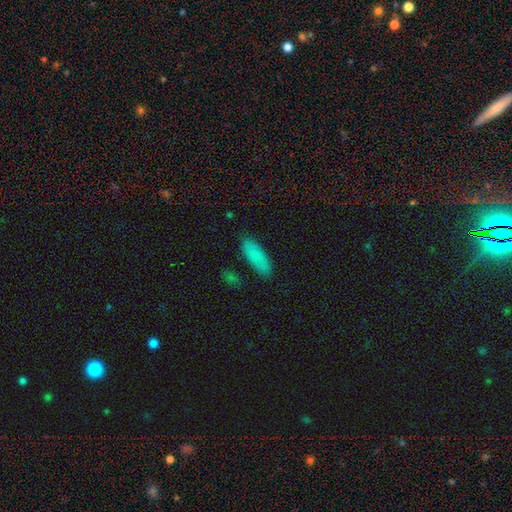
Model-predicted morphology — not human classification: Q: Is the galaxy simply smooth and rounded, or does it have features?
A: smooth — 84%.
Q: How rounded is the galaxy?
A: in between — 57%.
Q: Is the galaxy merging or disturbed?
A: none — 86%.